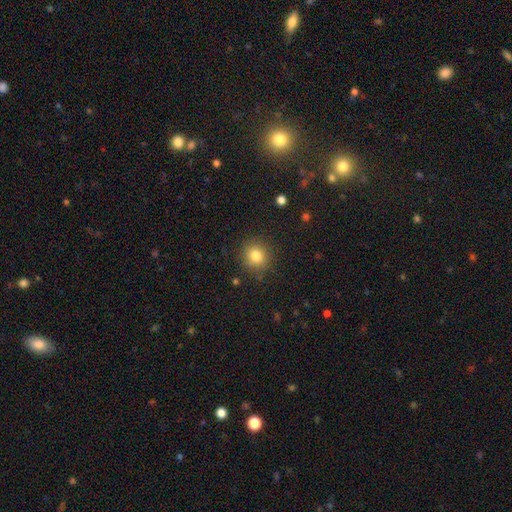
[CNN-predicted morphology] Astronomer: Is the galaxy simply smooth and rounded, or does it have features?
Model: smooth — 82%.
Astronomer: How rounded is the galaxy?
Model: round — 87%.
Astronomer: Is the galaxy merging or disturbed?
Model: none — 87%.